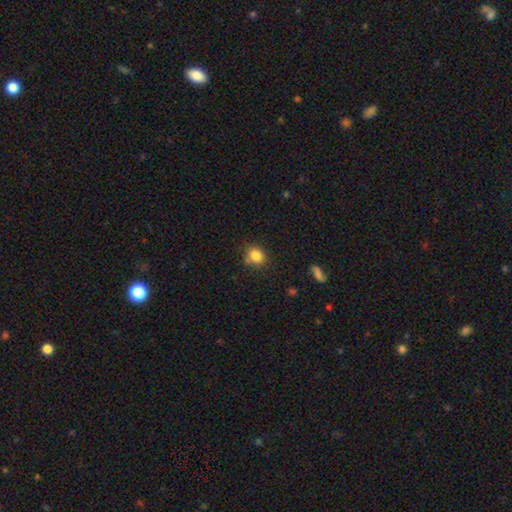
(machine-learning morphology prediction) Smooth or featured?
  - smooth: 83% *
  - star or artifact: 11%
  - featured or disk: 7%
How rounded?
  - round: 68% *
  - in between: 31%
  - cigar-shaped: 1%
Merging?
  - none: 73% *
  - minor disturbance: 17%
  - merger: 6%
  - major disturbance: 4%